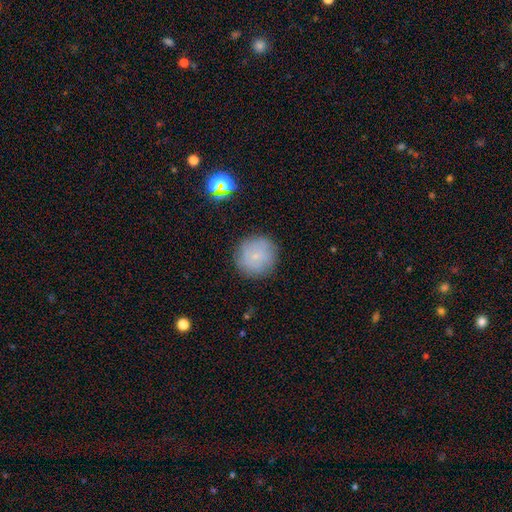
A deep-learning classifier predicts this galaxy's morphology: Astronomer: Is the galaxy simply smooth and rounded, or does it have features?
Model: smooth — 66%.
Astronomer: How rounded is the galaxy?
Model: round — 95%.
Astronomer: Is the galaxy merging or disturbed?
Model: none — 84%.